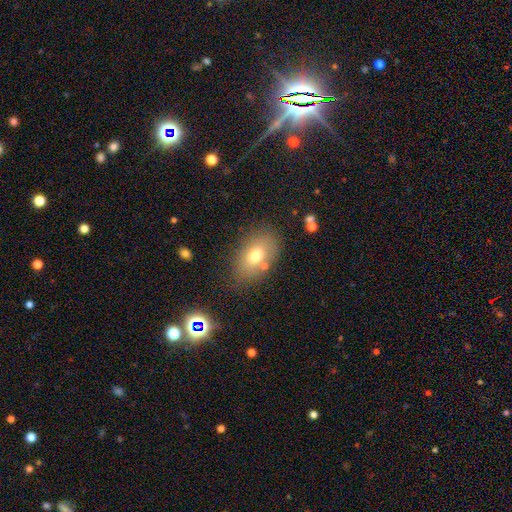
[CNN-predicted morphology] This is likely a smooth galaxy (71%). How rounded: clearly in between (86%). Merging: likely none (74%).